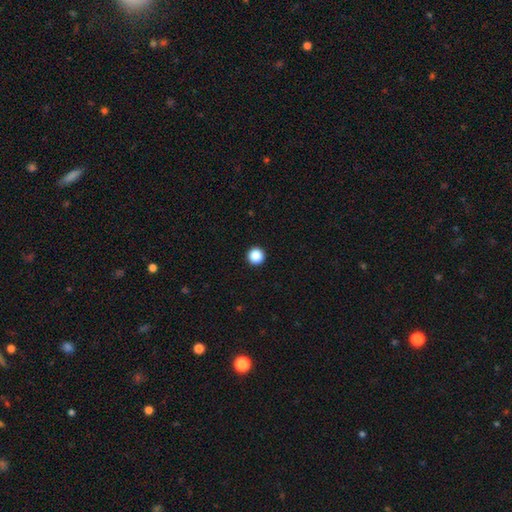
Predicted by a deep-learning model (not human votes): Q: Smooth or featured?
A: smooth (88%); runner-up: star or artifact (10%)
Q: How rounded?
A: round (97%); runner-up: in between (2%)
Q: Merging?
A: none (94%); runner-up: minor disturbance (4%)